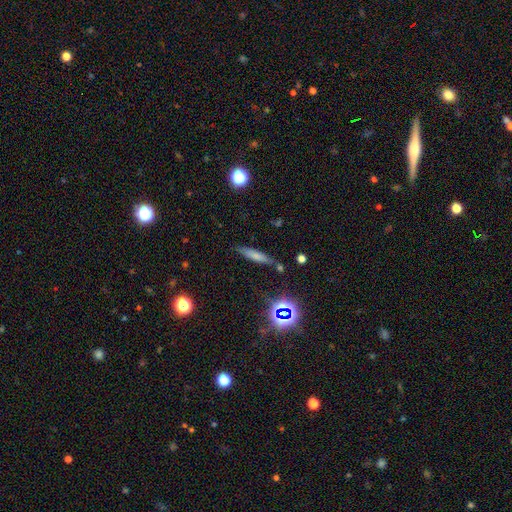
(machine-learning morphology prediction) This appears to be a smooth galaxy with no disk features (63%) that is cigar-shaped (82%). Merging: none (77%).